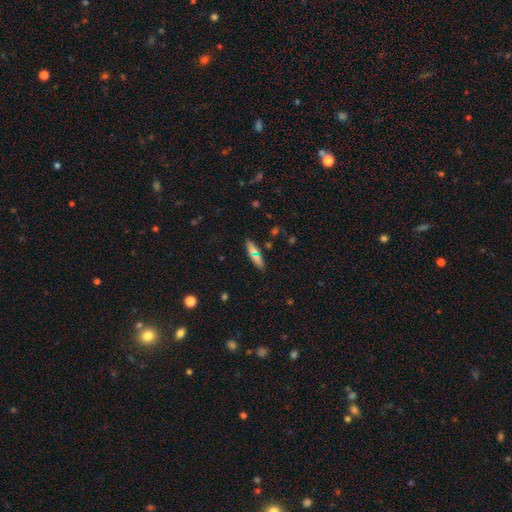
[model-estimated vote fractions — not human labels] Overall: smooth (66%). How rounded: cigar-shaped (58%; in between 39%). Merging: none (84%).